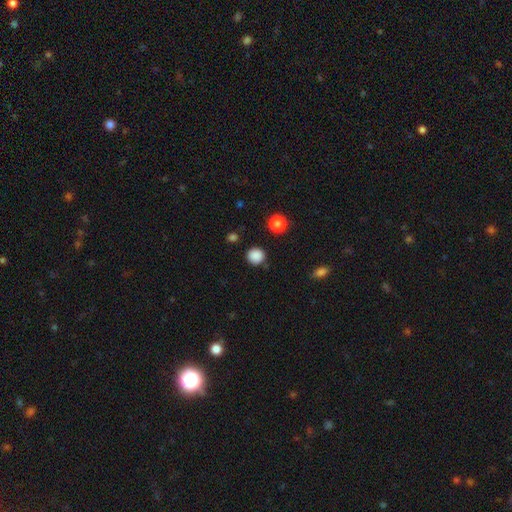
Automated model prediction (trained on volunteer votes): This appears to be a smooth galaxy with no disk features (86%) that is round (91%). Merging: none (86%).